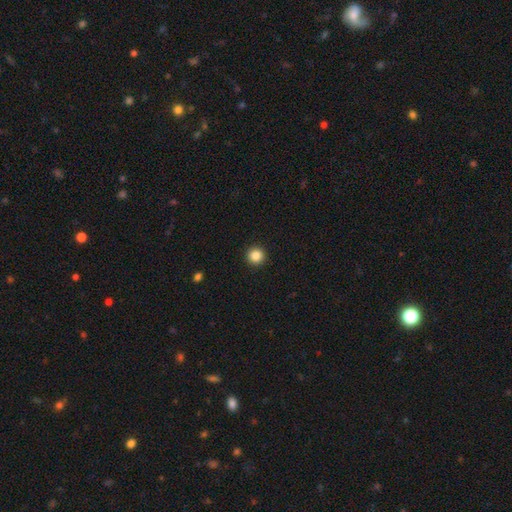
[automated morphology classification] Smooth or featured: smooth — 85% (star or artifact — 11%)
How rounded: round — 95% (in between — 4%)
Merging: none — 93% (minor disturbance — 4%)